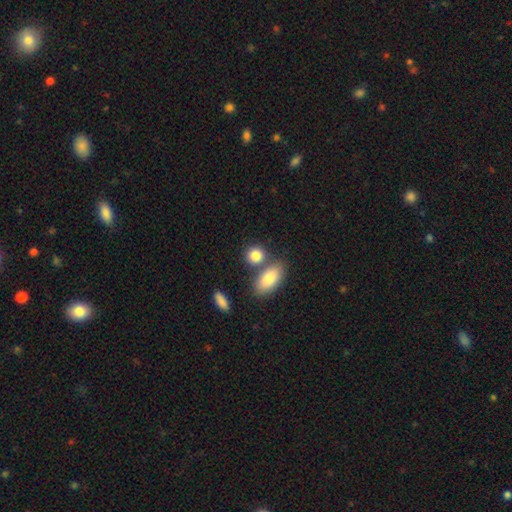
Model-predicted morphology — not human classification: Q: Smooth or featured?
A: smooth (85%); runner-up: featured or disk (8%)
Q: How rounded?
A: round (53%); runner-up: in between (43%)
Q: Merging?
A: none (60%); runner-up: merger (26%)